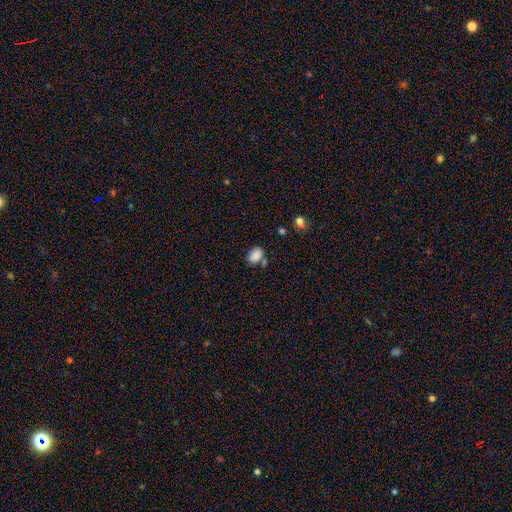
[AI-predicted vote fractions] The model was most divided on "merging": none: 63%, minor disturbance: 18%, merger: 13%, major disturbance: 5%. More confident: smooth or featured — smooth (85%); how rounded — in between (80%).